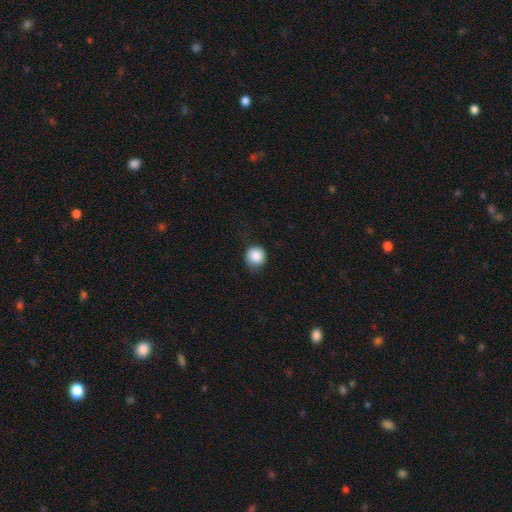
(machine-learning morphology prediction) Smooth or featured? Predicted: smooth (p=0.88). How rounded? Predicted: round (p=0.92). Merging? Predicted: none (p=0.77).